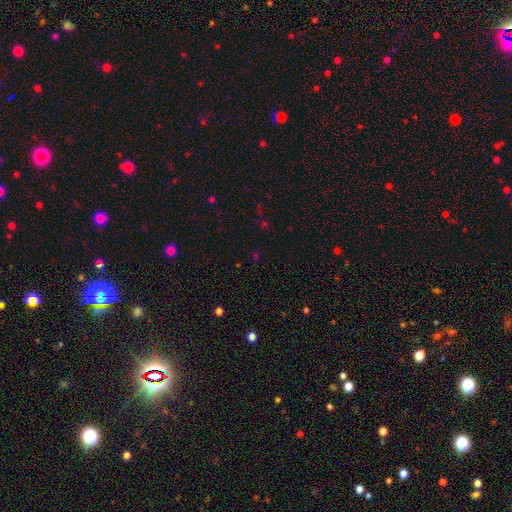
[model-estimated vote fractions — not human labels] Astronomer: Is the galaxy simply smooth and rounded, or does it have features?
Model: star or artifact — 62%.